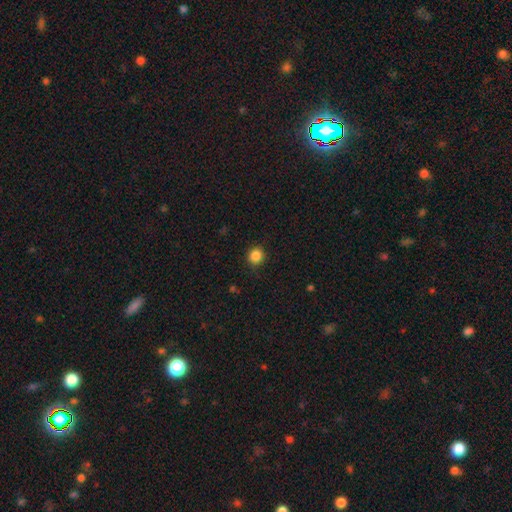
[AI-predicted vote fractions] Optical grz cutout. It shows a smooth galaxy with no disk features (86%) that is round (90%). Merging: none (90%).